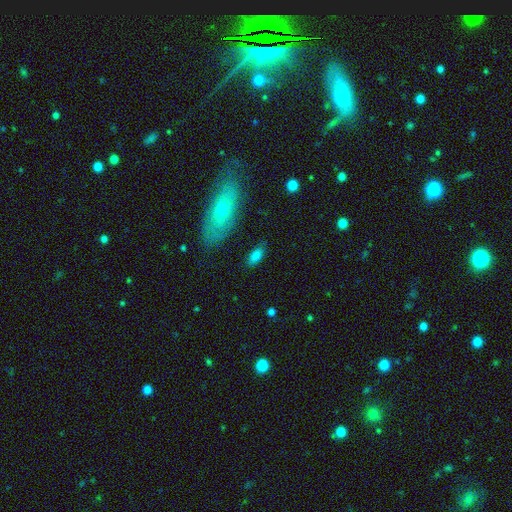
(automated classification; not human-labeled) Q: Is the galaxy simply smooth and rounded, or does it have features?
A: smooth — 79%.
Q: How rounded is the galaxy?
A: in between — 86%.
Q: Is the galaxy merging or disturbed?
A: none — 83%.